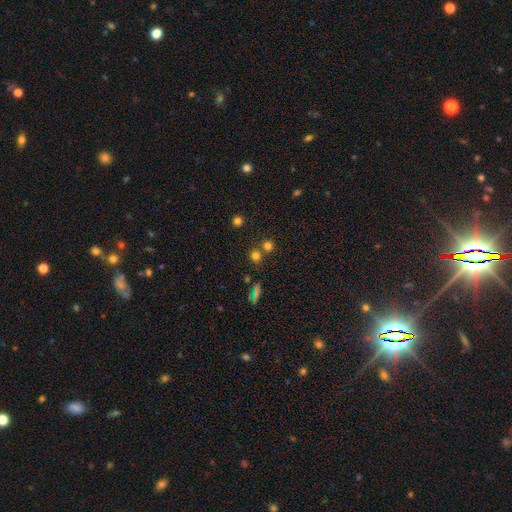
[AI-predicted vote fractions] A smooth galaxy with no disk features (72%) that is round (86%).

Vote fractions:
- Smooth or featured? smooth: 72% / star or artifact: 20% / featured or disk: 8%
- How rounded? round: 86% / in between: 13% / cigar-shaped: 1%
- Merging? none: 65% / merger: 25% / minor disturbance: 7% / major disturbance: 3%